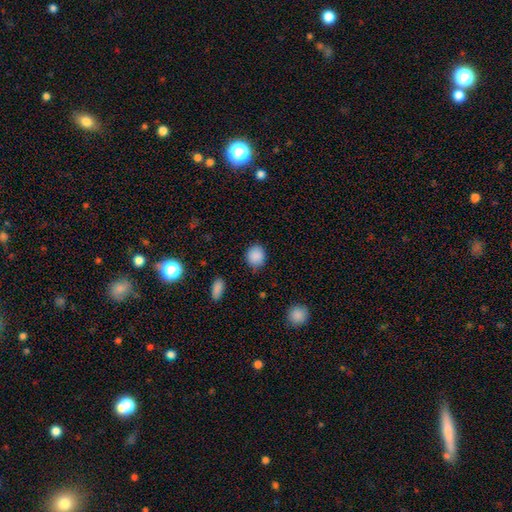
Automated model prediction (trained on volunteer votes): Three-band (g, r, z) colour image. It shows a smooth galaxy with no disk features (88%) that is round (69%). Merging: none (80%).